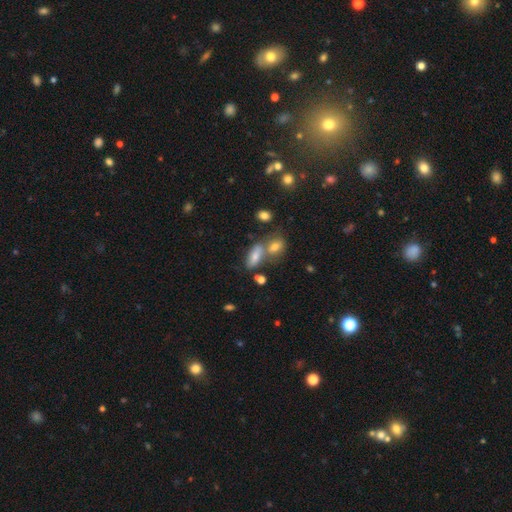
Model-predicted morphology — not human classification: Smooth or featured? Predicted: smooth (p=0.62). How rounded? Predicted: in between (p=0.74). Merging? Predicted: none (p=0.44).